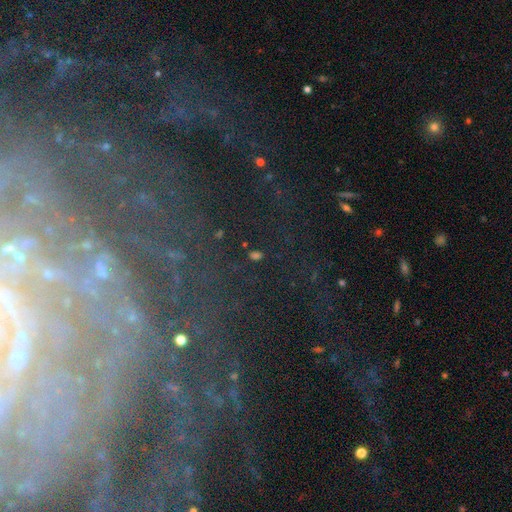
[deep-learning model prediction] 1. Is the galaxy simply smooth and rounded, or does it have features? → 60% star or artifact, 24% smooth, 16% featured or disk.